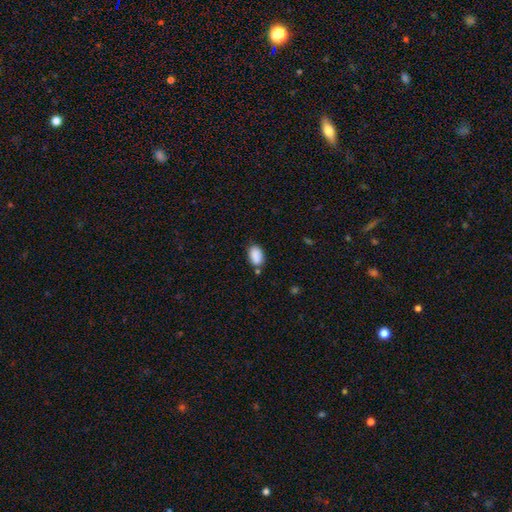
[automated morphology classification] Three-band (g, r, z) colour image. It shows a smooth galaxy with no disk features (87%) that is in between round and cigar-shaped (88%). Merging: none (67%).